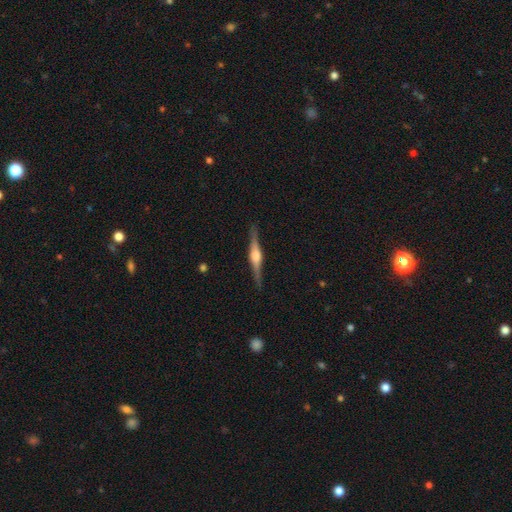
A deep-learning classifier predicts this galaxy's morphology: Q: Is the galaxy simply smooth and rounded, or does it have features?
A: featured or disk — 80%.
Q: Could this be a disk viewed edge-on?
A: yes — 98%.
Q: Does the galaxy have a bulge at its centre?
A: rounded — 81%.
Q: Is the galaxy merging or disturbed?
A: none — 89%.